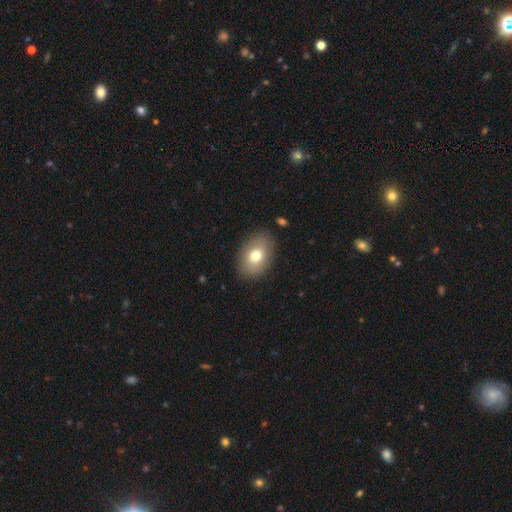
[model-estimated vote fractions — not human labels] Smooth or featured? Predicted: smooth (p=0.74). How rounded? Predicted: in between (p=0.82). Merging? Predicted: none (p=0.85).